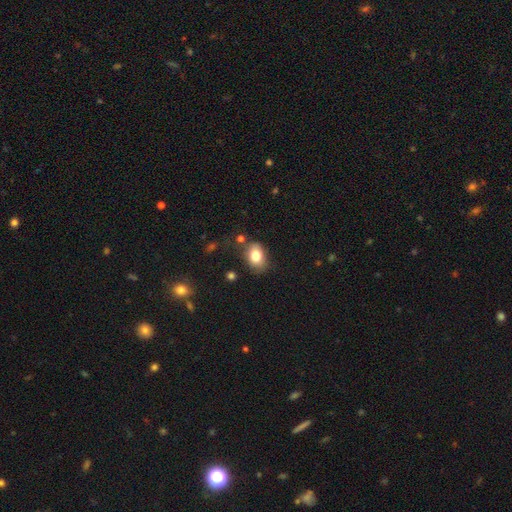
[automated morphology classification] Smooth or featured? smooth (80%)
How rounded? in between (78%)
Merging? none (73%)